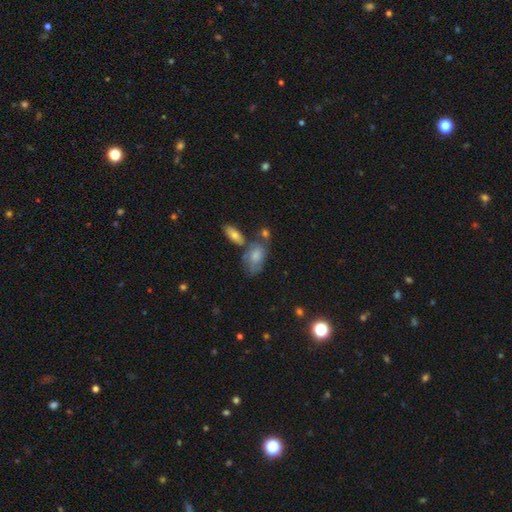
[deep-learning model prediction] smooth_or_featured: smooth (p=0.67) [alt: featured or disk p=0.26]
how_rounded: in between (p=0.91) [alt: round p=0.06]
merging: none (p=0.42) [alt: minor disturbance p=0.25]